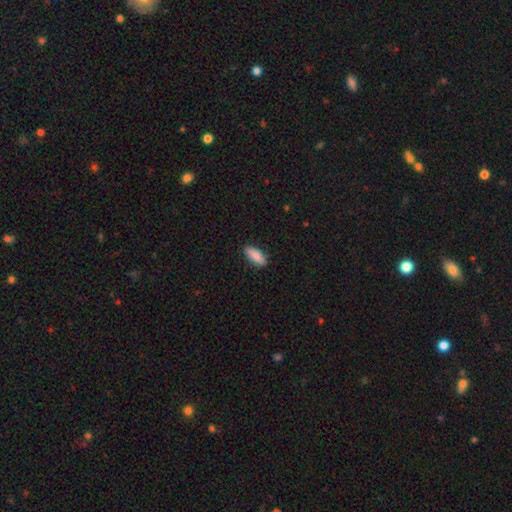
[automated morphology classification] smooth 86%, featured or disk 8%, star or artifact 6%. Down the decision tree: how rounded — in between (76%); merging — none (87%).